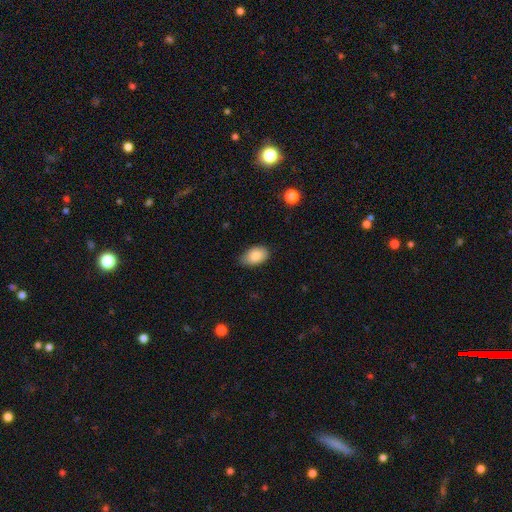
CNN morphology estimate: Smooth or featured?
  - smooth: 85% *
  - featured or disk: 8%
  - star or artifact: 7%
How rounded?
  - in between: 91% *
  - round: 8%
  - cigar-shaped: 1%
Merging?
  - none: 72% *
  - minor disturbance: 24%
  - major disturbance: 3%
  - merger: 1%